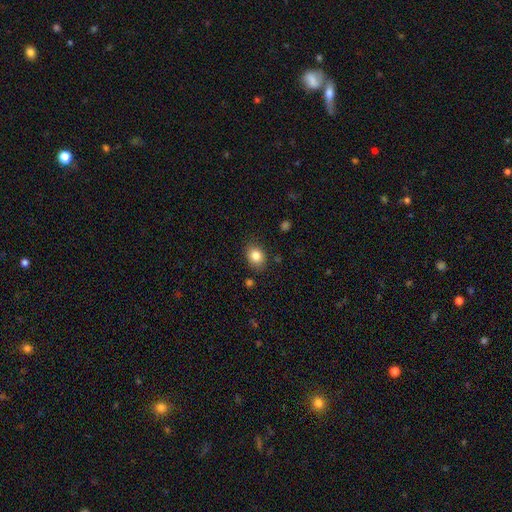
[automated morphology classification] Smooth or featured: smooth — 84% (star or artifact — 9%)
How rounded: in between — 51% (round — 48%)
Merging: none — 83% (minor disturbance — 12%)